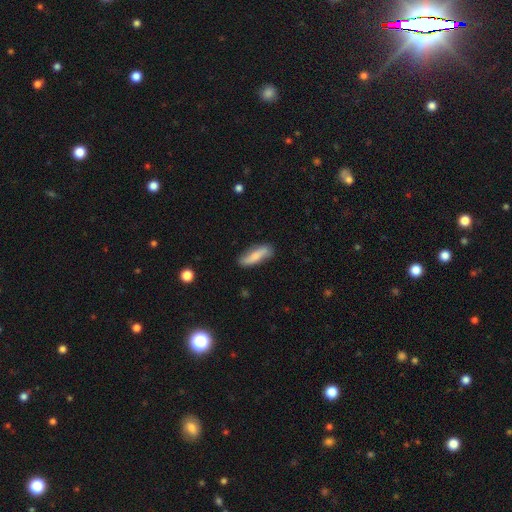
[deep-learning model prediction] Q: Smooth or featured?
A: smooth (67%); runner-up: featured or disk (27%)
Q: How rounded?
A: cigar-shaped (57%); runner-up: in between (41%)
Q: Merging?
A: none (81%); runner-up: minor disturbance (15%)